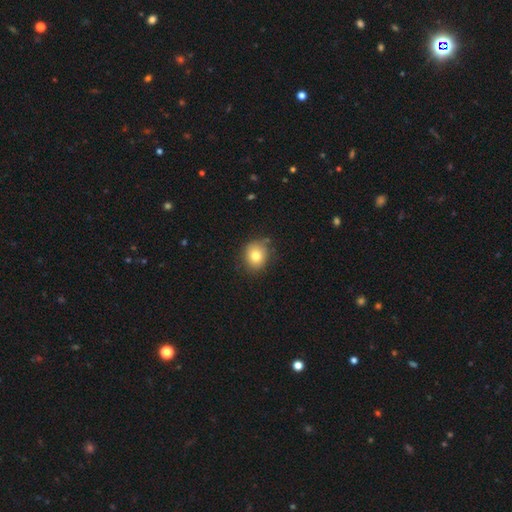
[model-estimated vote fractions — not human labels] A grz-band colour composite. It shows a smooth galaxy with no disk features (79%) that is round (75%). Merging: none (76%).